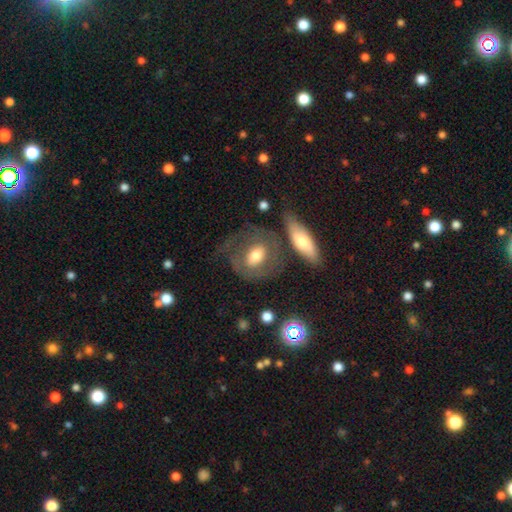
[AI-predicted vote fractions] A featured or disk galaxy (51%).

Vote fractions:
- Smooth or featured? featured or disk: 51% / smooth: 42% / star or artifact: 7%
- Edge-on disk? no: 90% / yes: 10%
- Merging? none: 56% / minor disturbance: 17% / major disturbance: 14% / merger: 13%